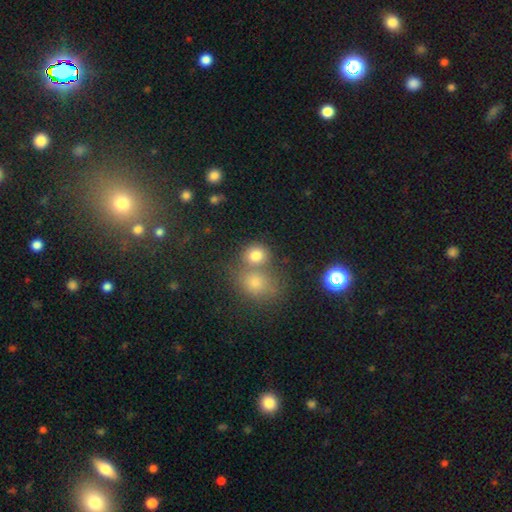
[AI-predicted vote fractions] Morphology: type=smooth (78%); roundness=round (75%); merging=none (48%).